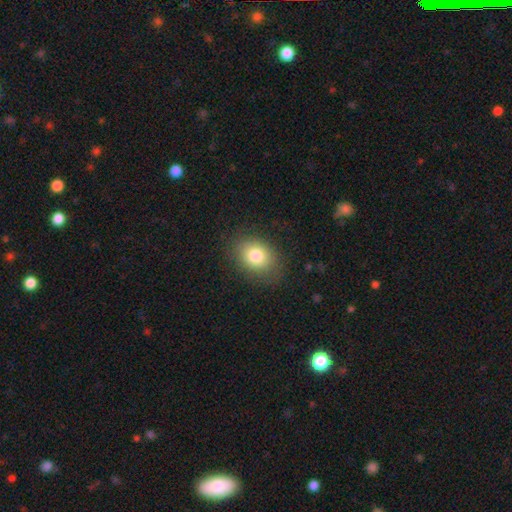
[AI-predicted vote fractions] smooth_or_featured: smooth (p=0.81) [alt: star or artifact p=0.10]
how_rounded: in between (p=0.59) [alt: round p=0.40]
merging: none (p=0.82) [alt: minor disturbance p=0.13]